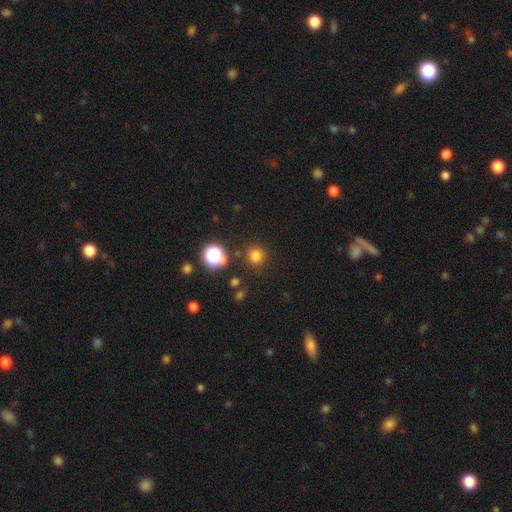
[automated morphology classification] Q: Smooth or featured?
A: smooth (76%); runner-up: star or artifact (19%)
Q: How rounded?
A: round (94%); runner-up: in between (5%)
Q: Merging?
A: none (87%); runner-up: minor disturbance (7%)